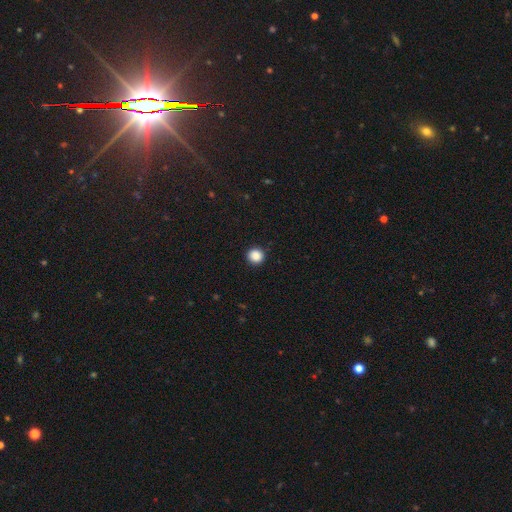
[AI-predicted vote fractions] Overall: smooth (88%). How rounded: round (94%). Merging: none (91%).